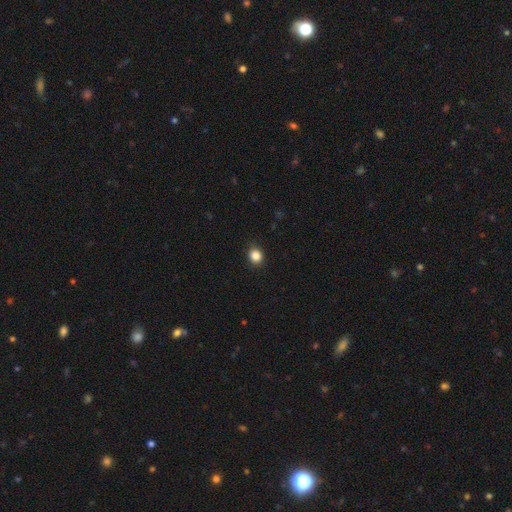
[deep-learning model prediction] smooth-or-featured: smooth: 86% | star or artifact: 11% | featured or disk: 3%
  how-rounded: round: 78% | in between: 21% | cigar-shaped: 1%
  merging: none: 89% | minor disturbance: 8% | major disturbance: 2% | merger: 1%